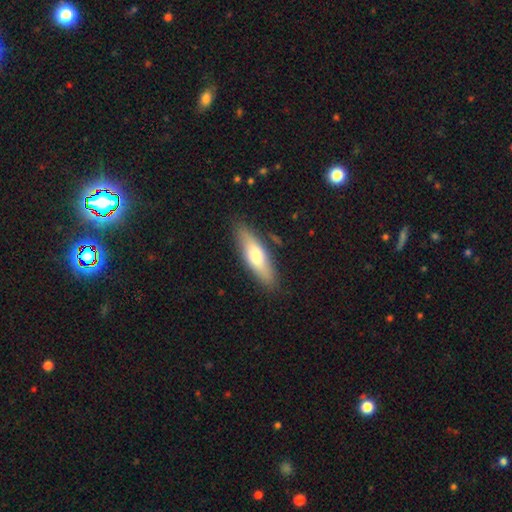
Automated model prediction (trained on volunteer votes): Overall: smooth (62%; featured or disk 32%). How rounded: cigar-shaped (55%; in between 43%). Merging: none (85%).